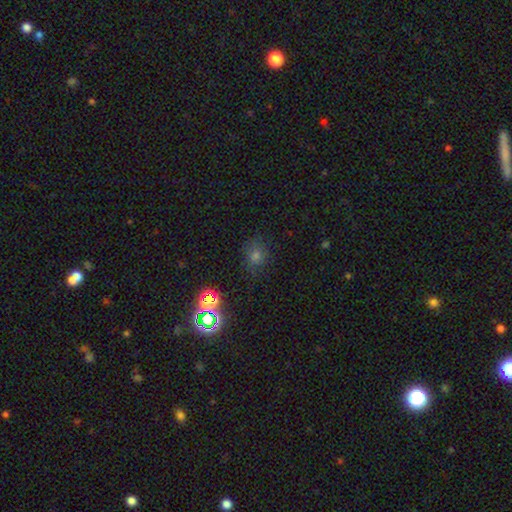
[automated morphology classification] Overall: smooth (60%; star or artifact 32%). How rounded: round (74%). Merging: none (79%).